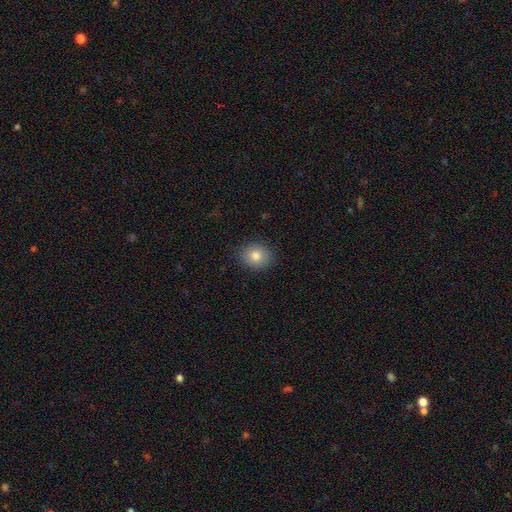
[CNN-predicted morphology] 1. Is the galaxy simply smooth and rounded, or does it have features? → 81% smooth, 10% star or artifact, 8% featured or disk.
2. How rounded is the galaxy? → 71% round, 28% in between, 1% cigar-shaped.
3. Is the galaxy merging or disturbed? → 89% none, 8% minor disturbance, 2% major disturbance, 1% merger.